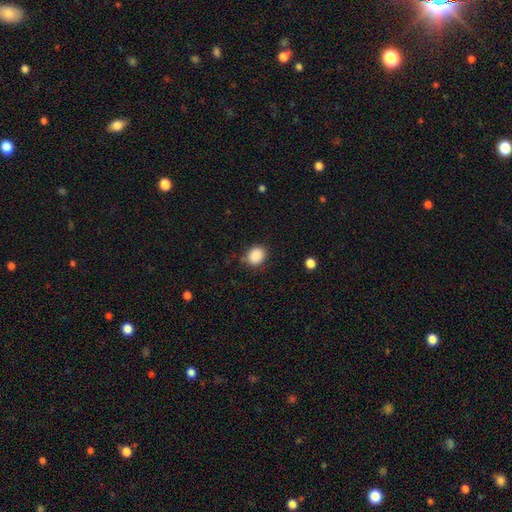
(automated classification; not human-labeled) Morphology: type=smooth (88%); roundness=round (66%); merging=none (80%).